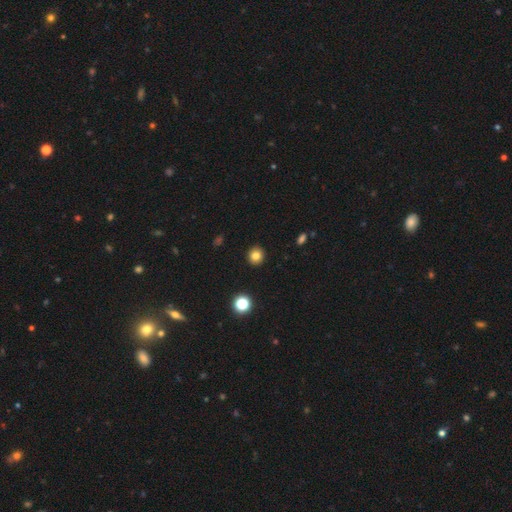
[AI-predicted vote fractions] Q: Smooth or featured?
A: smooth (81%); runner-up: star or artifact (12%)
Q: How rounded?
A: round (89%); runner-up: in between (10%)
Q: Merging?
A: none (92%); runner-up: minor disturbance (5%)